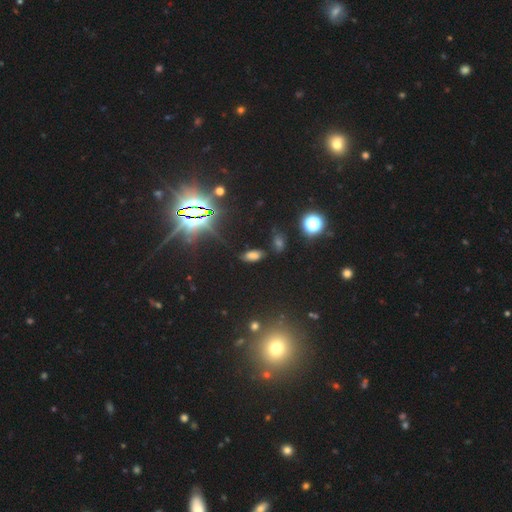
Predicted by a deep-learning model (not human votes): Smooth or featured? Predicted: star or artifact (p=0.74).